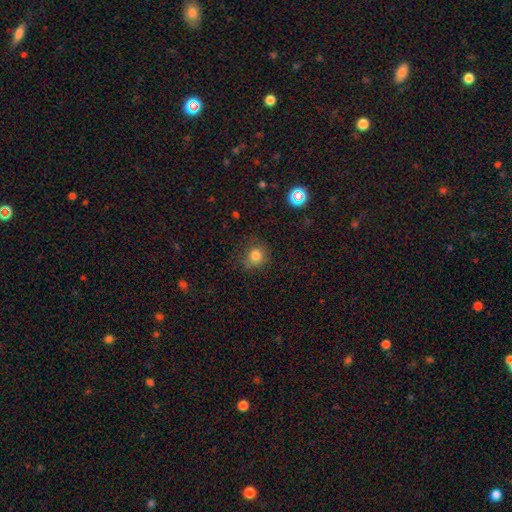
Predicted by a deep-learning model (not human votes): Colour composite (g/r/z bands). It shows a smooth galaxy with no disk features (80%) that is round (86%). Merging: none (77%).